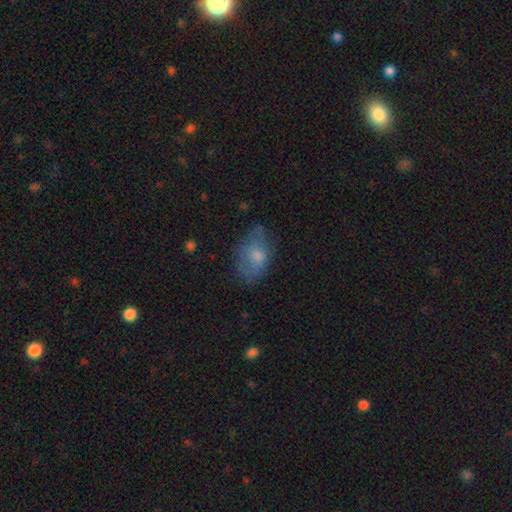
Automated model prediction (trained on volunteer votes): Overall: smooth (66%). How rounded: in between (88%). Merging: none (58%; minor disturbance 27%).